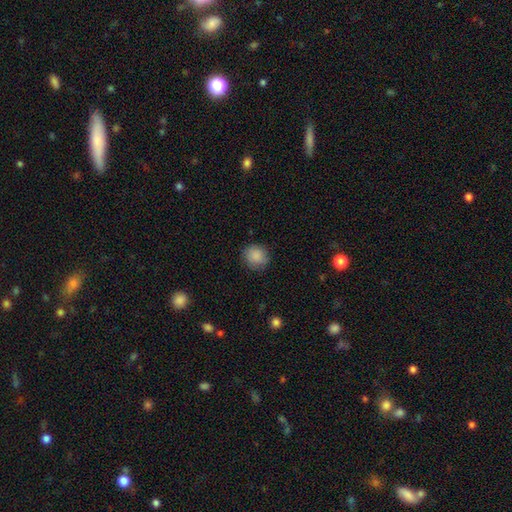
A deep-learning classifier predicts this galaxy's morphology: Smooth or featured? smooth (87%)
How rounded? round (85%)
Merging? none (84%)